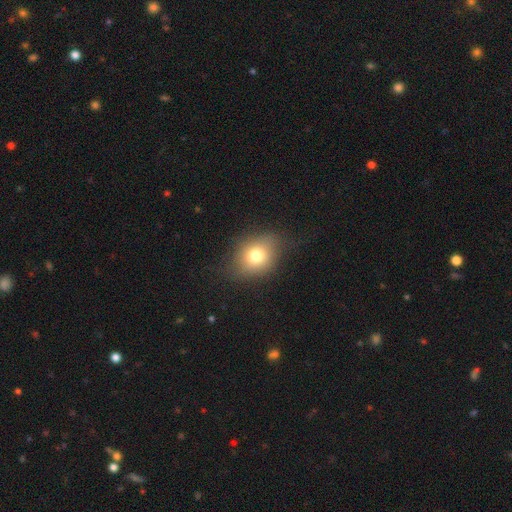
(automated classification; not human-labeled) Smooth or featured? Predicted: smooth (p=0.74). How rounded? Predicted: in between (p=0.54). Merging? Predicted: none (p=0.72).